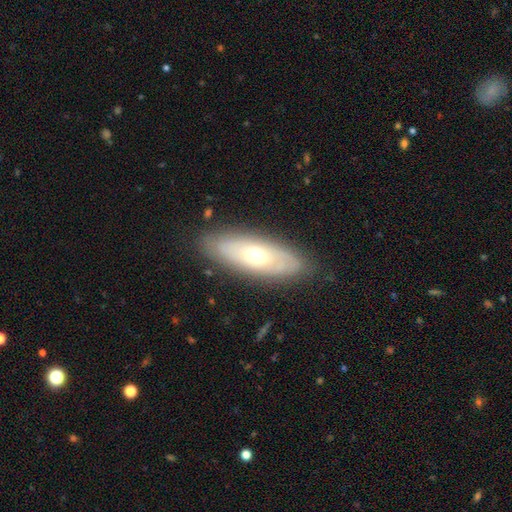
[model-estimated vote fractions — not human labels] smooth_or_featured: featured or disk (p=0.57) [alt: smooth p=0.36]
disk_edge_on: no (p=0.74) [alt: yes p=0.26]
merging: none (p=0.83) [alt: minor disturbance p=0.13]